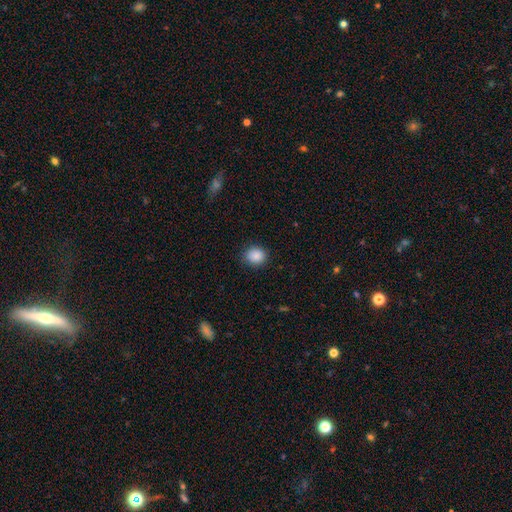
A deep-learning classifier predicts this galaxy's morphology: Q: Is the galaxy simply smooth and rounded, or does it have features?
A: smooth — 88%.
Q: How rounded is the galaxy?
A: round — 78%.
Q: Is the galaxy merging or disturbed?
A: none — 87%.